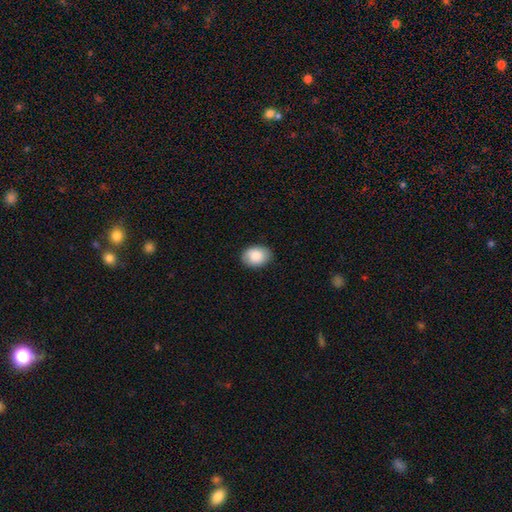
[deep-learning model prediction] A smooth galaxy with no disk features (87%) that is in between round and cigar-shaped (73%). Merging: none (87%).